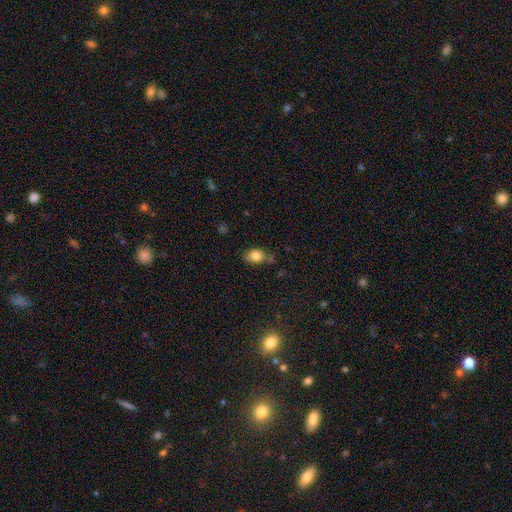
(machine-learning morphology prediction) smooth_or_featured: smooth (p=0.82) [alt: star or artifact p=0.10]
how_rounded: in between (p=0.63) [alt: round p=0.36]
merging: none (p=0.67) [alt: minor disturbance p=0.22]